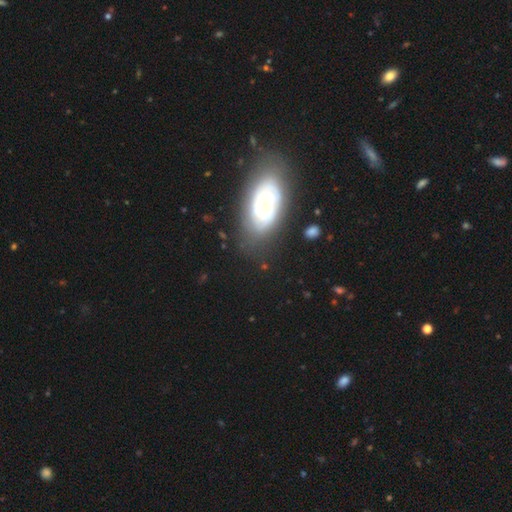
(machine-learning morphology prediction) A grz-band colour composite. It shows a smooth galaxy with no disk features (51%) that is in between round and cigar-shaped (89%). Merging: none (77%).